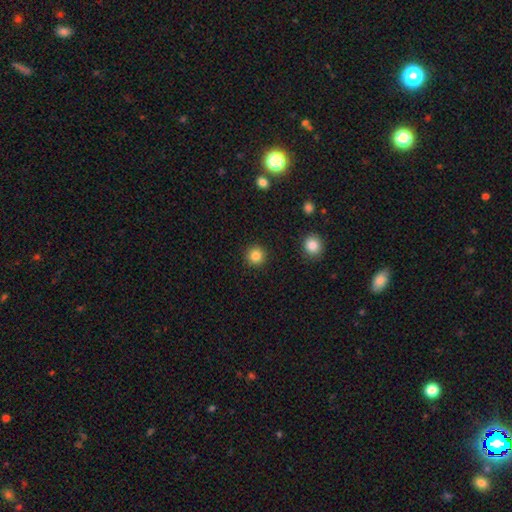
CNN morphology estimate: Smooth or featured? smooth (85%)
How rounded? round (95%)
Merging? none (92%)